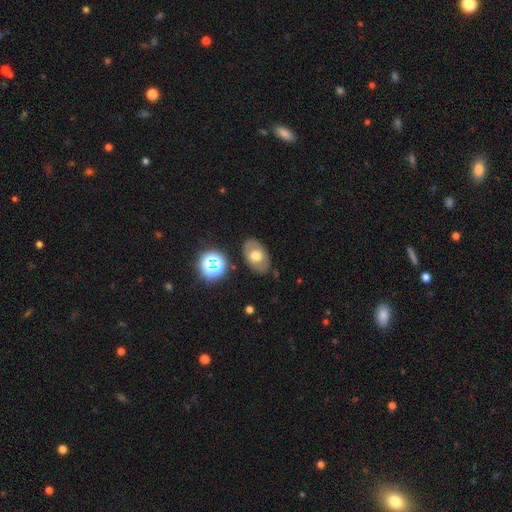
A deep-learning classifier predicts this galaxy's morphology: type=smooth (58%); roundness=in between (83%); merging=none (82%).